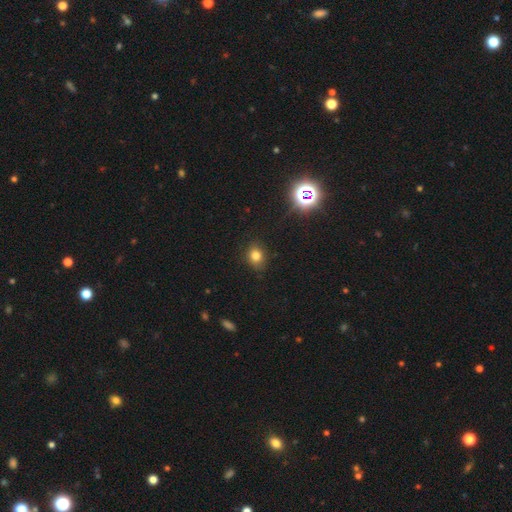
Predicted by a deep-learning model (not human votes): A smooth galaxy with no disk features (77%) that is round (58%). Merging: none (84%).